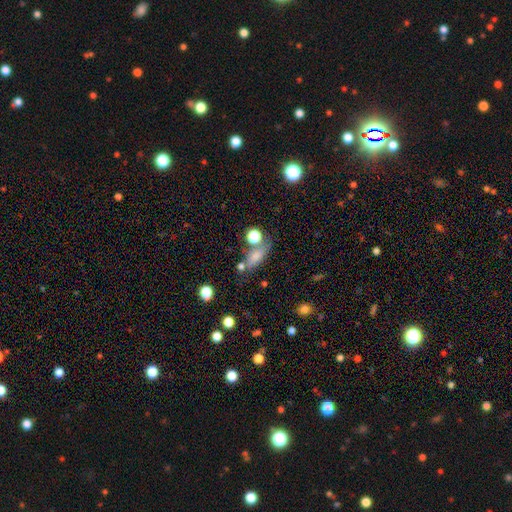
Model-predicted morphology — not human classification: smooth-or-featured: smooth: 68% | featured or disk: 19% | star or artifact: 13%
  how-rounded: in between: 60% | cigar-shaped: 27% | round: 13%
  merging: none: 55% | minor disturbance: 18% | merger: 17% | major disturbance: 10%